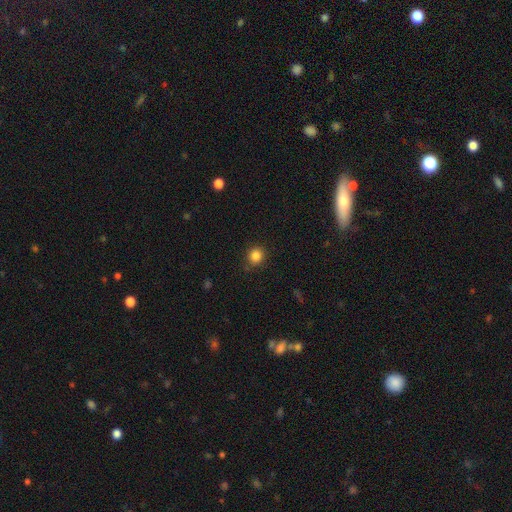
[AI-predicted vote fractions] This is clearly a smooth galaxy (84%). How rounded: clearly round (86%). Merging: clearly none (84%).